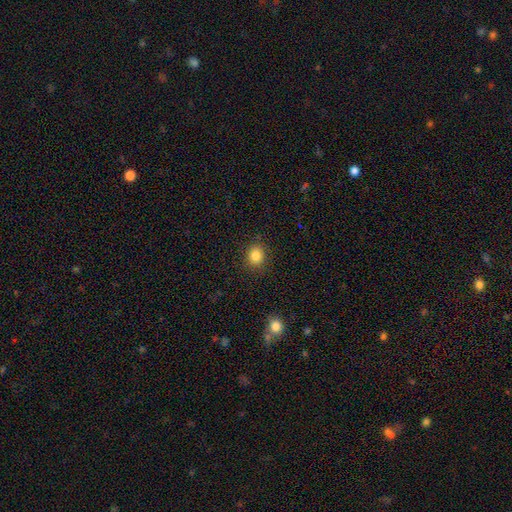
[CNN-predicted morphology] A smooth galaxy with no disk features (85%) that is round (68%).

Vote fractions:
- Smooth or featured? smooth: 85% / star or artifact: 11% / featured or disk: 5%
- How rounded? round: 68% / in between: 31% / cigar-shaped: 1%
- Merging? none: 88% / minor disturbance: 8% / major disturbance: 3% / merger: 1%